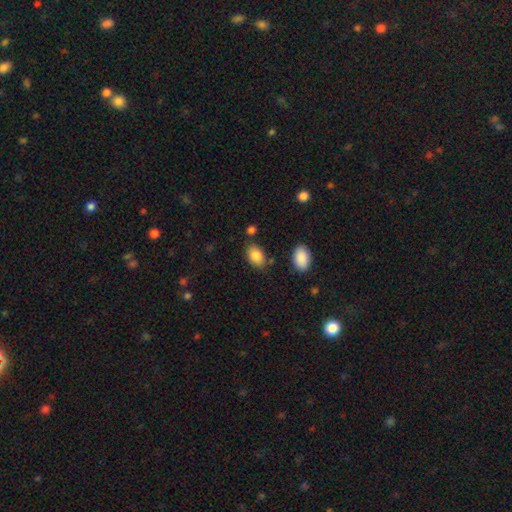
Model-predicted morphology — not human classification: type=smooth (85%); roundness=in between (86%); merging=none (76%).